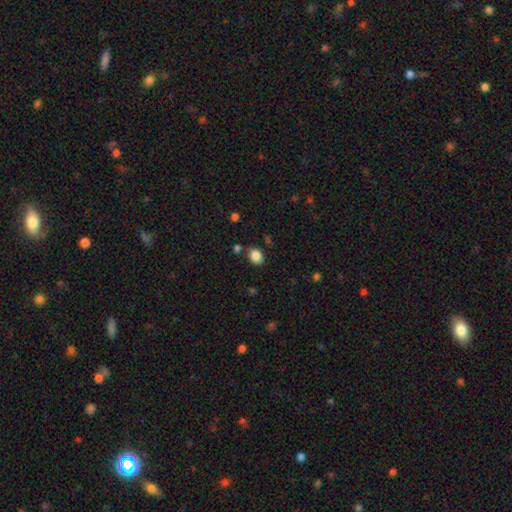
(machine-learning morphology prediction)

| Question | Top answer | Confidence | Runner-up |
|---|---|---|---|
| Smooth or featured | smooth | 86% | star or artifact (10%) |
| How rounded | round | 53% | in between (46%) |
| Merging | none | 81% | minor disturbance (10%) |